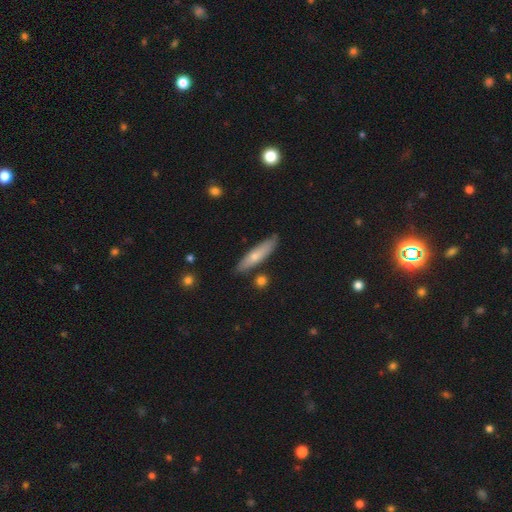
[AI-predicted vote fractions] Smooth or featured? Predicted: smooth (p=0.62). How rounded? Predicted: cigar-shaped (p=0.80). Merging? Predicted: none (p=0.83).